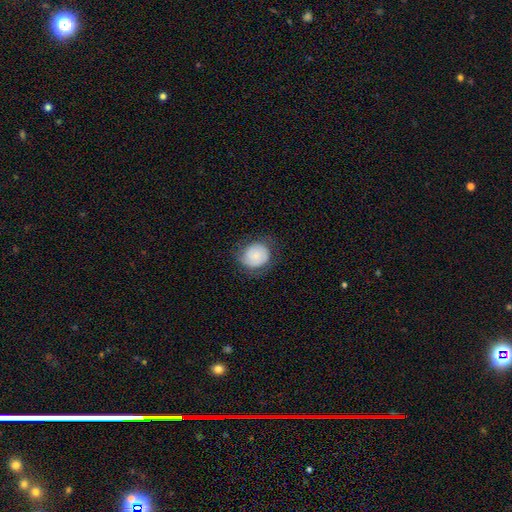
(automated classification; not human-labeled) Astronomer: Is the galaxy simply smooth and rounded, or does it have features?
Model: smooth — 71%.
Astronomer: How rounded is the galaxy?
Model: round — 77%.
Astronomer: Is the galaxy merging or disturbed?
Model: none — 69%.